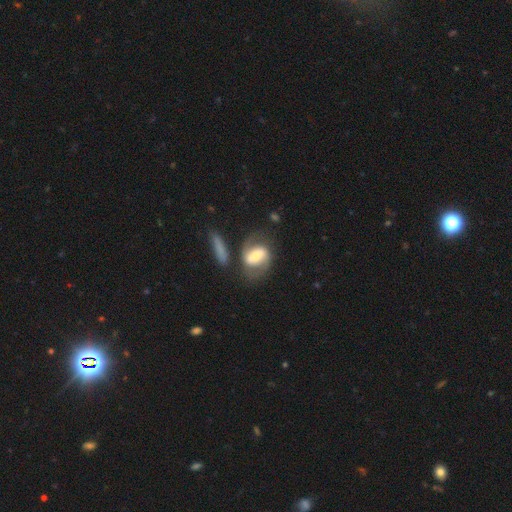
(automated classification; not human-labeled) Overall: featured or disk (67%). Edge-on disk: no (95%). Bar: strong (42%; weak 35%). Spiral arms: yes (82%). Spiral arm count: 2 (85%). Spiral winding: medium (46%; loose 33%). Bulge size: moderate (60%; small 25%). Merging: none (59%).